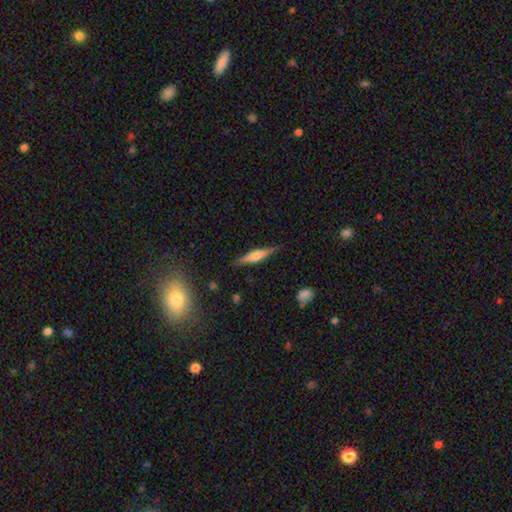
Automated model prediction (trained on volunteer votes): featured or disk 53%, smooth 40%, star or artifact 7%. Down the decision tree: edge-on disk — yes (96%); edge-on bulge — rounded (70%); merging — none (86%).